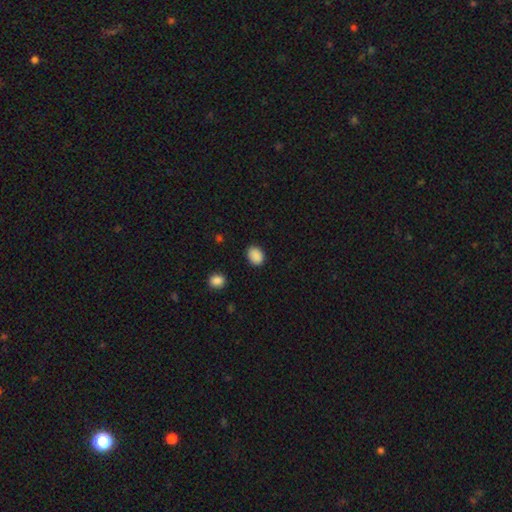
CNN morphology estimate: Smooth or featured: smooth — 89% (star or artifact — 9%)
How rounded: in between — 63% (round — 36%)
Merging: none — 87% (minor disturbance — 9%)